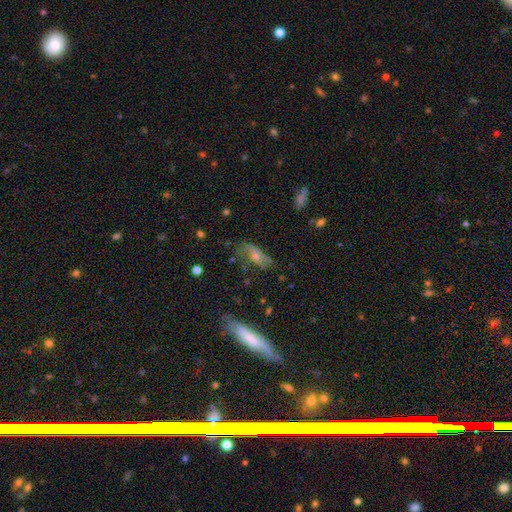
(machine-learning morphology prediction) Smooth or featured: smooth — 49% (featured or disk — 39%)
Merging: none — 44% (minor disturbance — 28%)